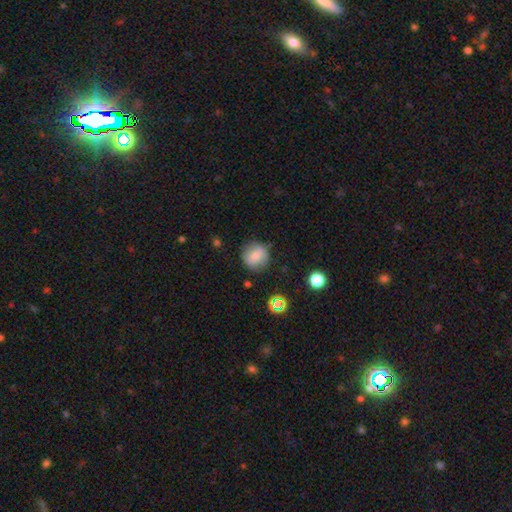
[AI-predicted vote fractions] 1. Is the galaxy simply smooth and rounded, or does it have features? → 71% smooth, 19% featured or disk, 11% star or artifact.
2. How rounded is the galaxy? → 92% round, 7% in between, 1% cigar-shaped.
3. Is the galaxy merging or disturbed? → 81% none, 13% minor disturbance, 4% major disturbance, 2% merger.